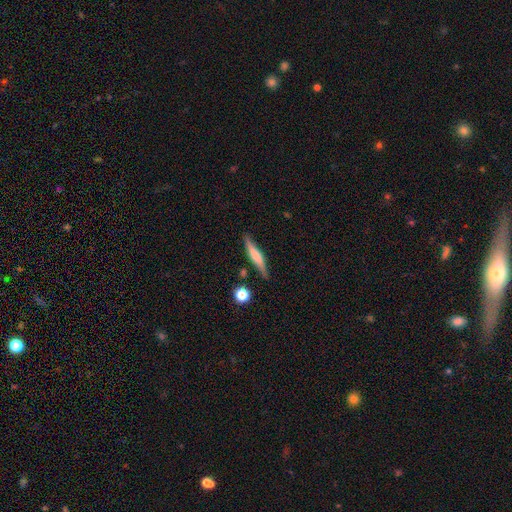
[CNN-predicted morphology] type=smooth (50%); roundness=cigar-shaped (89%); merging=none (82%).